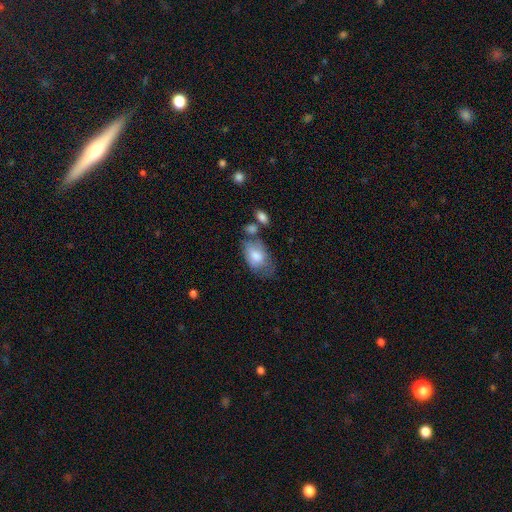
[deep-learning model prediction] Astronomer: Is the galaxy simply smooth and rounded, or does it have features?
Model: smooth — 74%.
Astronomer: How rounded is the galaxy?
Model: in between — 90%.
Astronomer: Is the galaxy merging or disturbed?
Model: none — 42% (runner-up: minor disturbance, 29%).